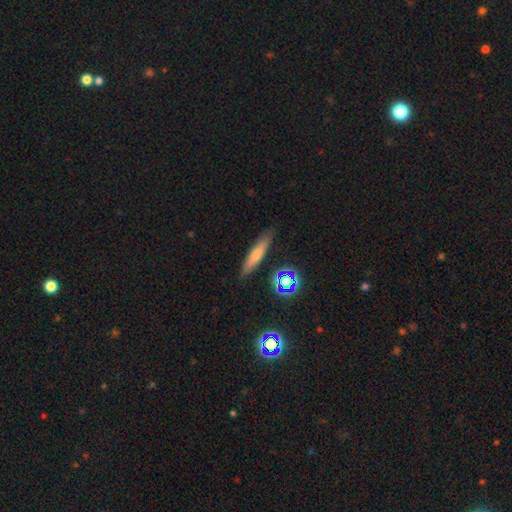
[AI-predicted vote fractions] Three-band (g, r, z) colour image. It shows a smooth galaxy with no disk features (64%) that is cigar-shaped (82%). Merging: none (85%).